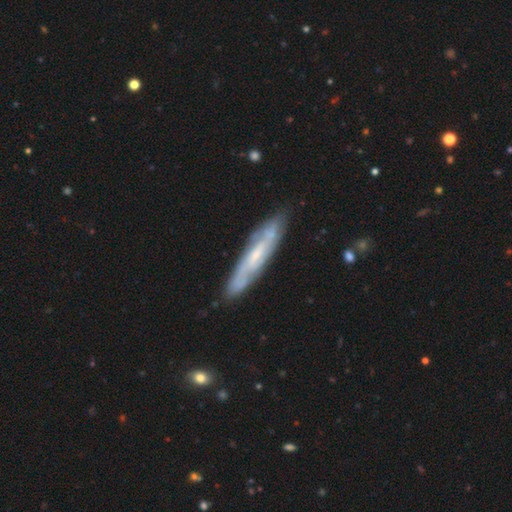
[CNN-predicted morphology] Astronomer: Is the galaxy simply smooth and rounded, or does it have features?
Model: featured or disk — 68%.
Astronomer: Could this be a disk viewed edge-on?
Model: no — 54% (runner-up: yes, 46%).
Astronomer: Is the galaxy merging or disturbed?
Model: none — 81%.